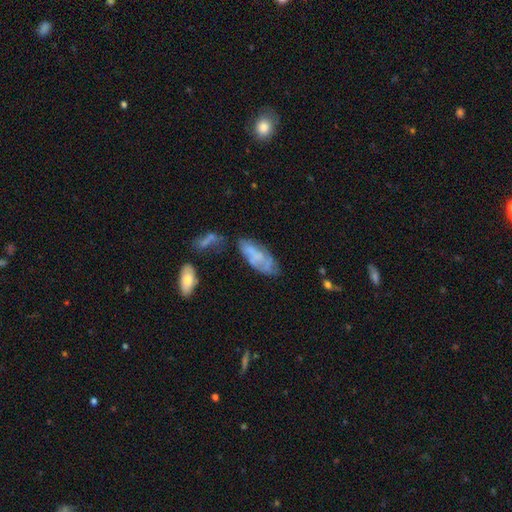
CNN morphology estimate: smooth-or-featured: featured or disk: 49% | smooth: 42% | star or artifact: 9%
  merging: none: 49% | minor disturbance: 26% | major disturbance: 14% | merger: 11%